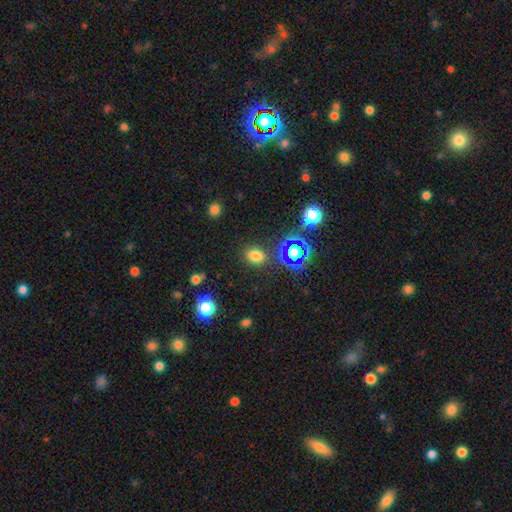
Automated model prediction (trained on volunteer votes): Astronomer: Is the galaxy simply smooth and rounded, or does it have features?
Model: smooth — 72%.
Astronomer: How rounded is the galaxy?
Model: in between — 59% (runner-up: round, 40%).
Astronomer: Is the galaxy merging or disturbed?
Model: none — 84%.